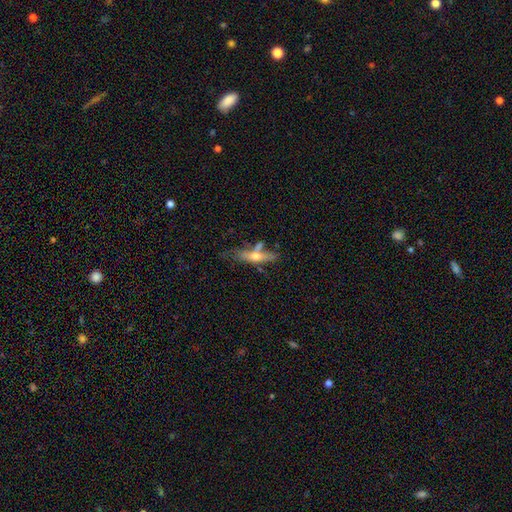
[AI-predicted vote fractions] A featured or disk galaxy (48%).

Vote fractions:
- Smooth or featured? featured or disk: 48% / smooth: 45% / star or artifact: 7%
- Merging? none: 46% / merger: 22% / minor disturbance: 21% / major disturbance: 11%